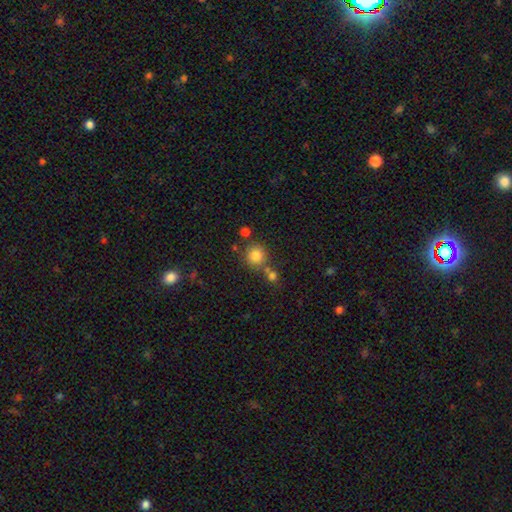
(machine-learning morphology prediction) smooth 81%, star or artifact 13%, featured or disk 6%. Down the decision tree: how rounded — round (90%); merging — none (69%).